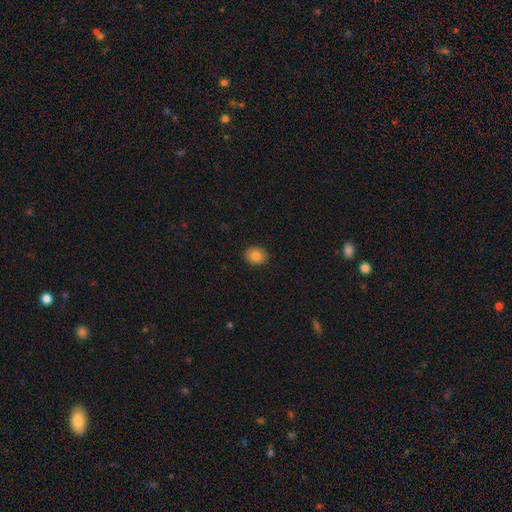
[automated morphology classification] smooth 83%, star or artifact 9%, featured or disk 8%. Down the decision tree: how rounded — in between (51%); merging — none (89%).